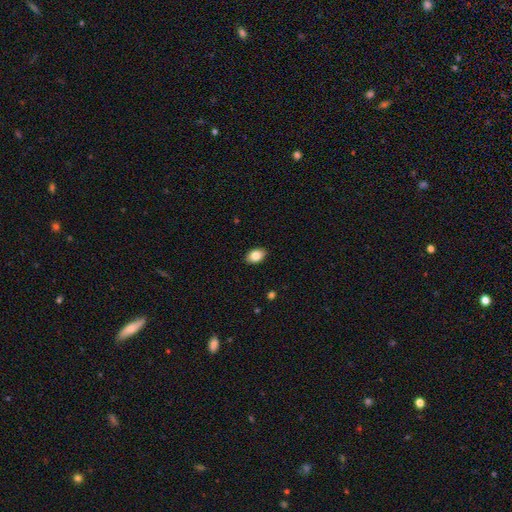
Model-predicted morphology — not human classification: This appears to be a smooth galaxy with no disk features (84%) that is in between round and cigar-shaped (85%). Merging: none (89%).